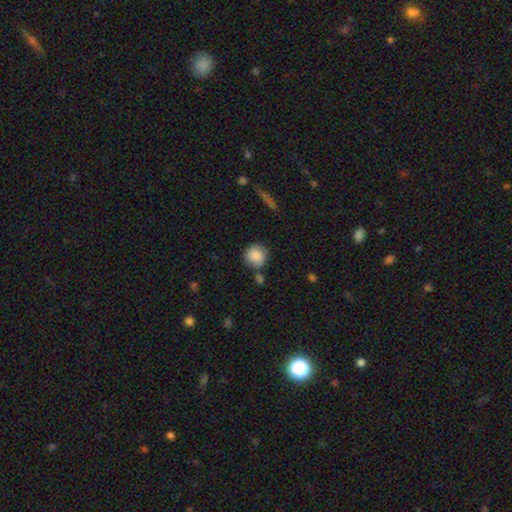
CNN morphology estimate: This appears to be a smooth galaxy with no disk features (87%) that is round (88%). Merging: none (67%).